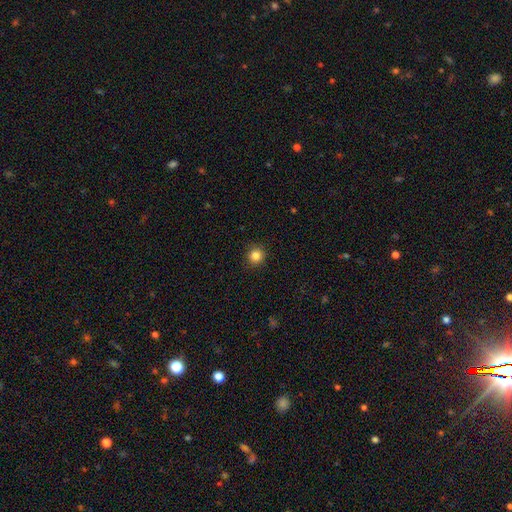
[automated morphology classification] smooth 84%, star or artifact 11%, featured or disk 4%. Down the decision tree: how rounded — round (94%); merging — none (91%).